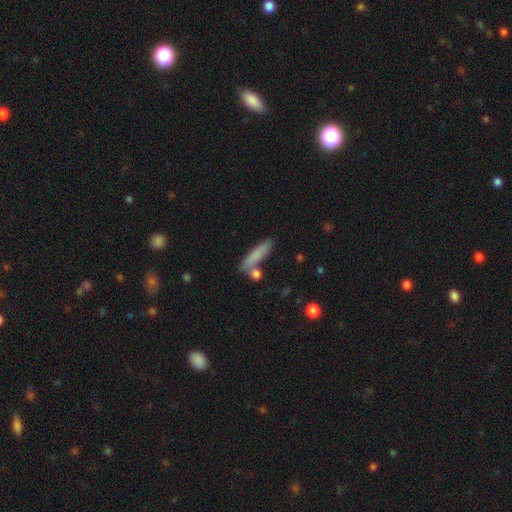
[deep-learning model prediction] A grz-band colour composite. It shows a smooth galaxy with no disk features (78%) that is cigar-shaped (82%). Merging: none (73%).